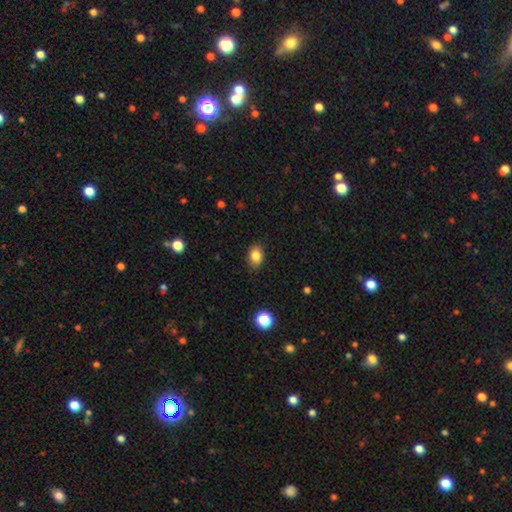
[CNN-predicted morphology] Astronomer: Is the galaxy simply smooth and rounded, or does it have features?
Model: smooth — 84%.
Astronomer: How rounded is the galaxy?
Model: in between — 73%.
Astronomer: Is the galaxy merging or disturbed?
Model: none — 86%.